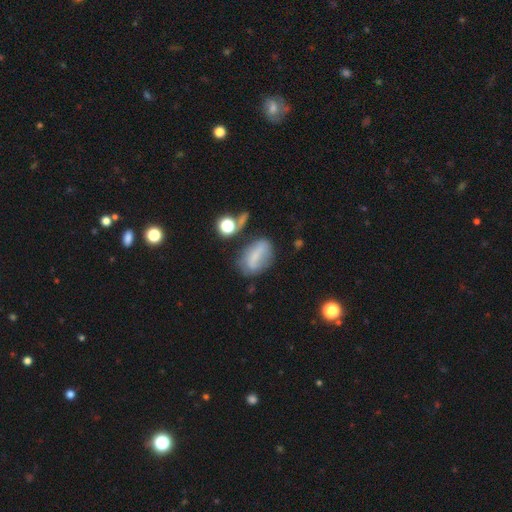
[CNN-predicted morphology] The model was most divided on "smooth or featured": smooth: 49%, featured or disk: 39%, star or artifact: 12%. More confident: merging — none (51%).